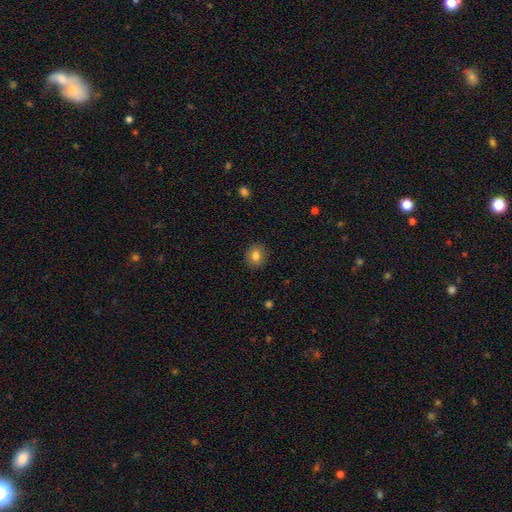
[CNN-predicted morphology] This is clearly a smooth galaxy (81%). How rounded: likely round (78%). Merging: clearly none (90%).